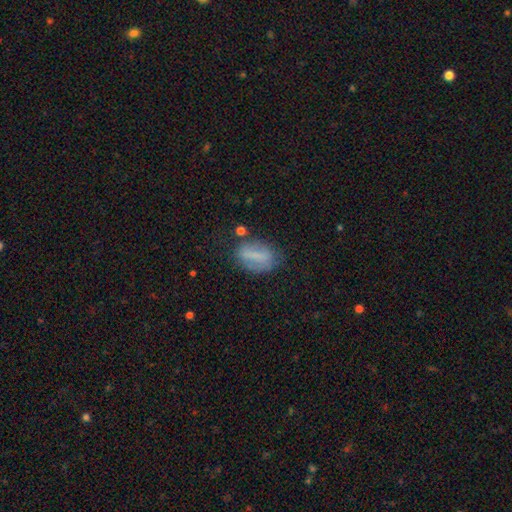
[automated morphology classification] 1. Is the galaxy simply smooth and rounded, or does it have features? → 61% smooth, 30% featured or disk, 10% star or artifact.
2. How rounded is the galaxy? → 78% in between, 12% round, 10% cigar-shaped.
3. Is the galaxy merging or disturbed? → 62% none, 23% minor disturbance, 10% major disturbance, 5% merger.